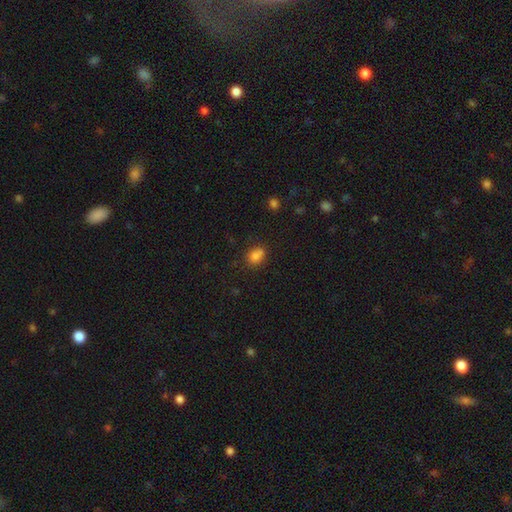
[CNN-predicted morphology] The model was most divided on "how rounded": round: 51%, in between: 48%, cigar-shaped: 1%. More confident: smooth or featured — smooth (78%); merging — none (56%).